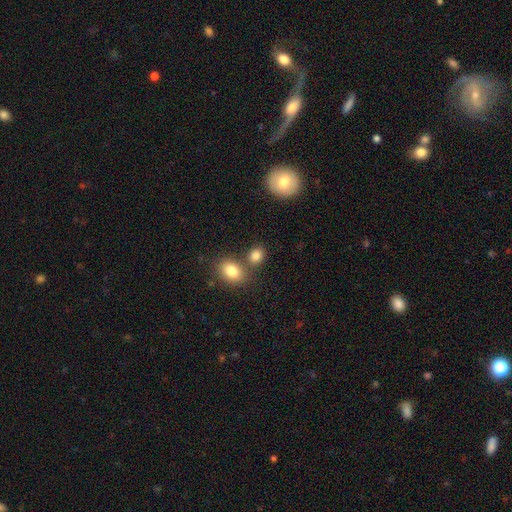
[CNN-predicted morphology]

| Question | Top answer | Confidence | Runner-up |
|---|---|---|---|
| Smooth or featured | smooth | 84% | star or artifact (10%) |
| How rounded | in between | 51% | round (47%) |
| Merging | none | 62% | merger (24%) |